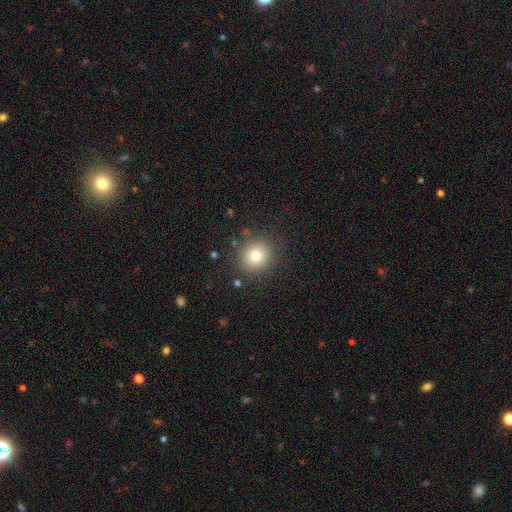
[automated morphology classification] Smooth or featured?
  - smooth: 77% *
  - star or artifact: 13%
  - featured or disk: 10%
How rounded?
  - round: 88% *
  - in between: 11%
  - cigar-shaped: 1%
Merging?
  - none: 87% *
  - minor disturbance: 8%
  - major disturbance: 3%
  - merger: 2%